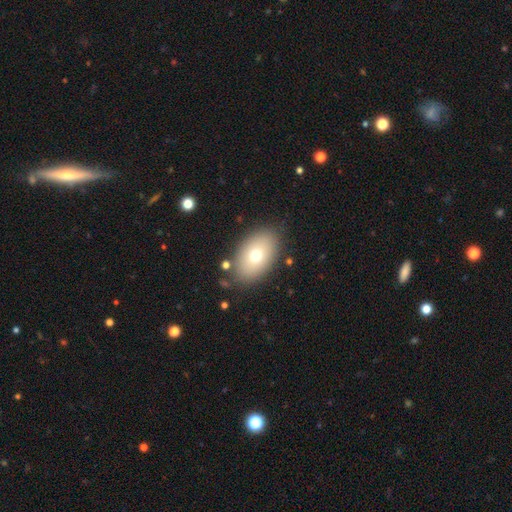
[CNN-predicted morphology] A smooth galaxy with no disk features (70%) that is in between round and cigar-shaped (88%).

Vote fractions:
- Smooth or featured? smooth: 70% / featured or disk: 21% / star or artifact: 10%
- How rounded? in between: 88% / round: 10% / cigar-shaped: 1%
- Merging? none: 83% / minor disturbance: 11% / major disturbance: 4% / merger: 2%